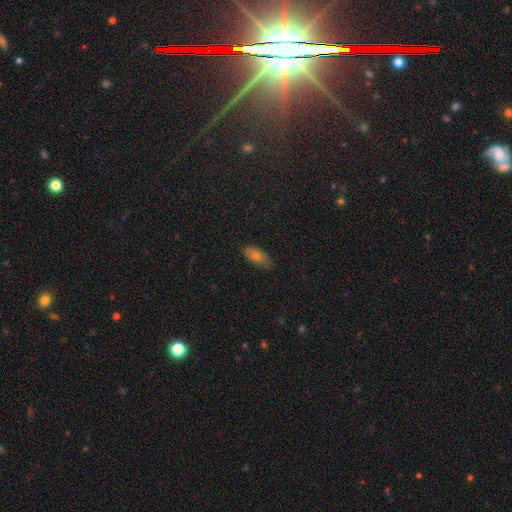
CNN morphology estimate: Smooth or featured? Predicted: smooth (p=0.69). How rounded? Predicted: in between (p=0.87). Merging? Predicted: none (p=0.80).